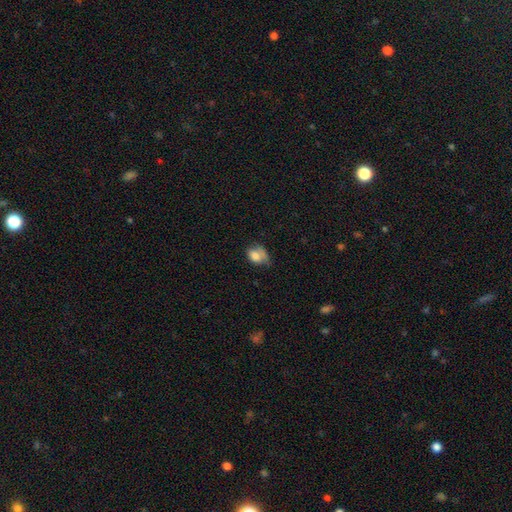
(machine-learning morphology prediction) Q: Smooth or featured?
A: smooth (75%); runner-up: featured or disk (15%)
Q: How rounded?
A: in between (73%); runner-up: round (26%)
Q: Merging?
A: minor disturbance (40%); runner-up: none (34%)